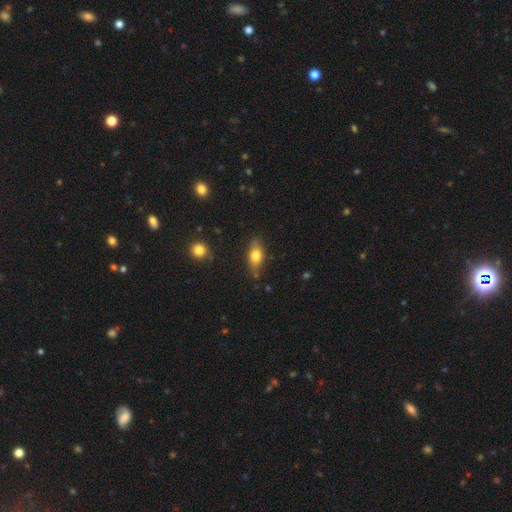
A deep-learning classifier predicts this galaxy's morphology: The model was most divided on "smooth or featured": smooth: 73%, featured or disk: 19%, star or artifact: 8%. More confident: how rounded — in between (79%); merging — none (76%).